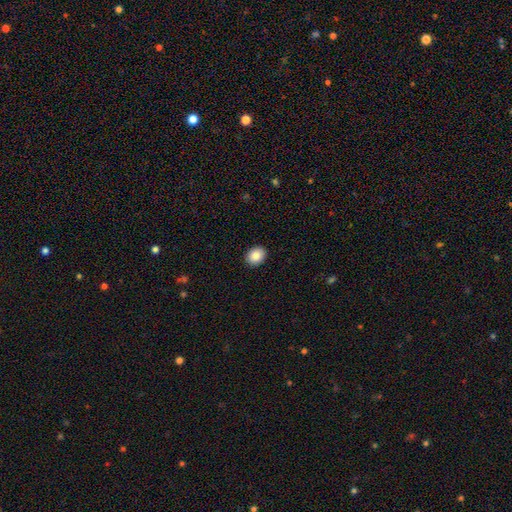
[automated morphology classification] smooth_or_featured: smooth (p=0.87) [alt: star or artifact p=0.08]
how_rounded: in between (p=0.55) [alt: round p=0.44]
merging: none (p=0.91) [alt: minor disturbance p=0.06]